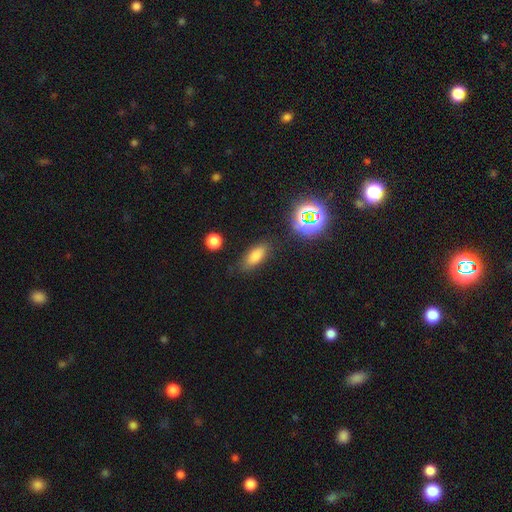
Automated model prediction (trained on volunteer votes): Morphology: type=smooth (73%); roundness=in between (75%); merging=none (79%).